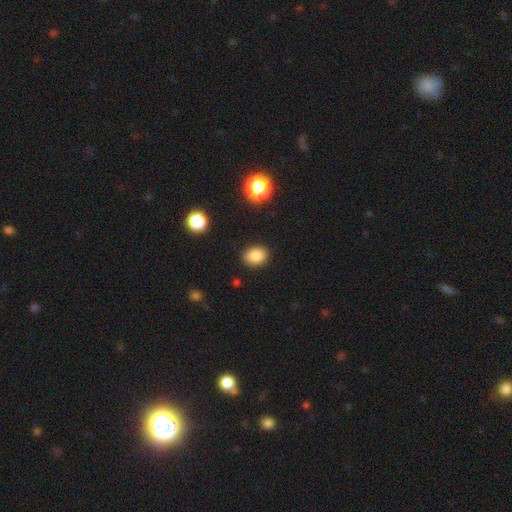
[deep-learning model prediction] Smooth or featured? smooth (84%)
How rounded? in between (56%)
Merging? none (88%)